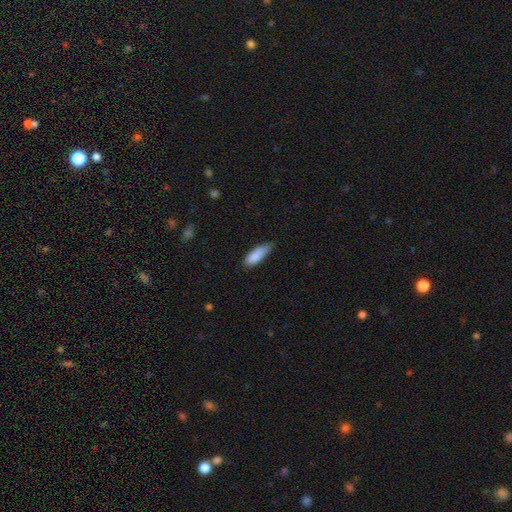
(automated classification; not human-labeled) smooth_or_featured: smooth (p=0.87) [alt: featured or disk p=0.06]
how_rounded: in between (p=0.65) [alt: cigar-shaped p=0.34]
merging: none (p=0.59) [alt: minor disturbance p=0.35]